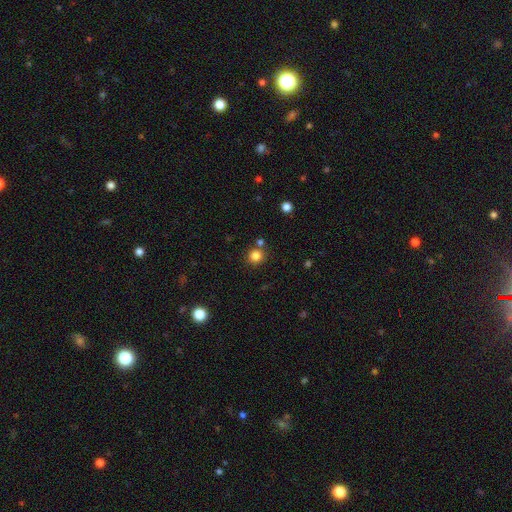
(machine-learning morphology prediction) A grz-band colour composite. It shows a smooth galaxy with no disk features (83%) that is round (93%). Merging: none (80%).